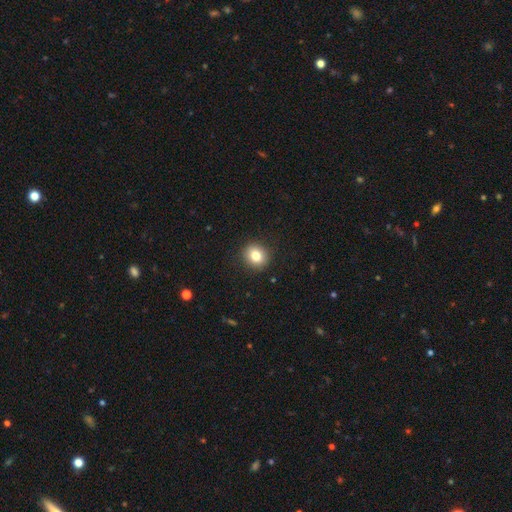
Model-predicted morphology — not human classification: The model was most divided on "how rounded": round: 80%, in between: 19%, cigar-shaped: 1%. More confident: merging — none (91%); smooth or featured — smooth (82%).